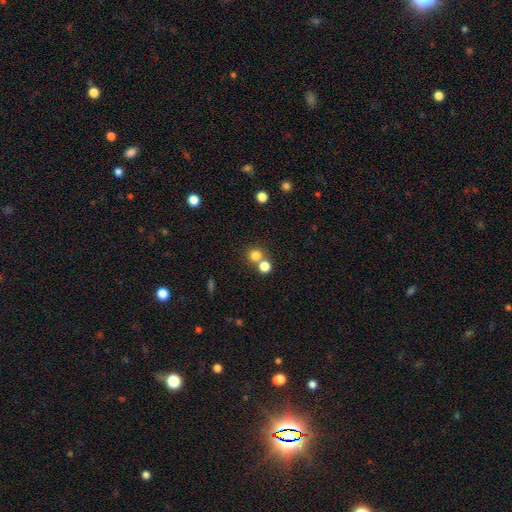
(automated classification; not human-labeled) This appears to be a smooth galaxy with no disk features (78%) that is round (91%). Merging: none (62%).